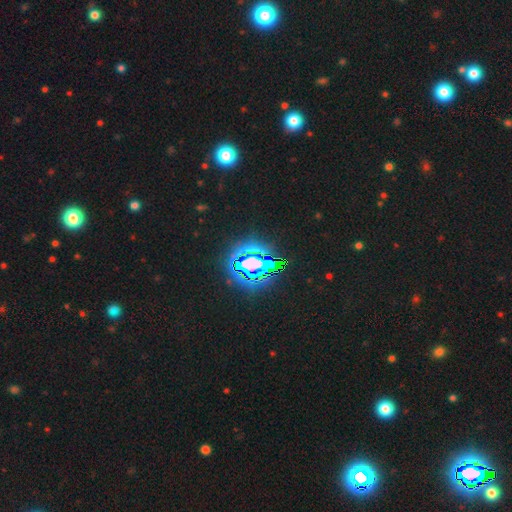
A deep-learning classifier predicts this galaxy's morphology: smooth-or-featured: star or artifact: 81% | smooth: 12% | featured or disk: 7%